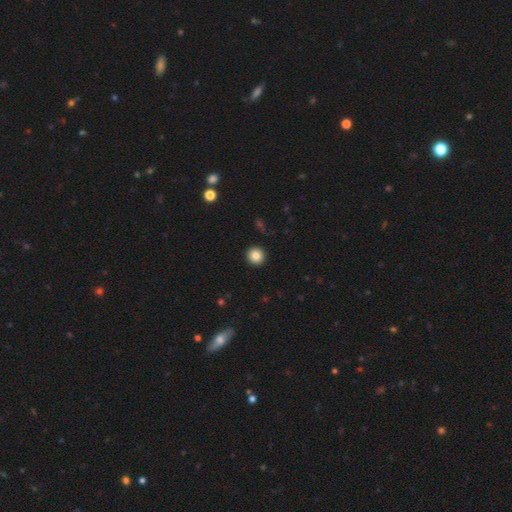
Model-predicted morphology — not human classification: Overall: smooth (85%). How rounded: round (95%). Merging: none (93%).